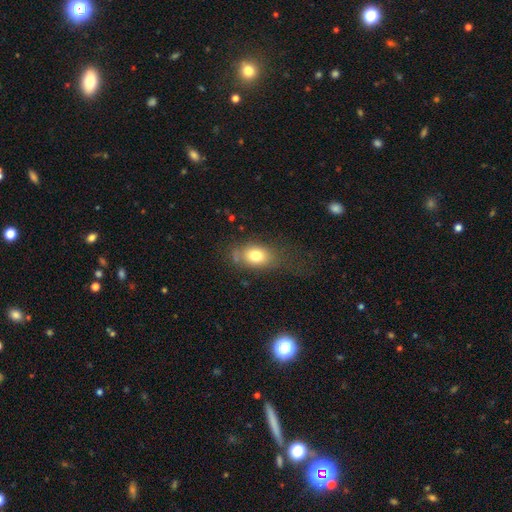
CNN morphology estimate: Smooth or featured?
  - smooth: 75% *
  - featured or disk: 15%
  - star or artifact: 10%
How rounded?
  - in between: 76% *
  - round: 22%
  - cigar-shaped: 2%
Merging?
  - none: 56% *
  - minor disturbance: 24%
  - major disturbance: 15%
  - merger: 4%